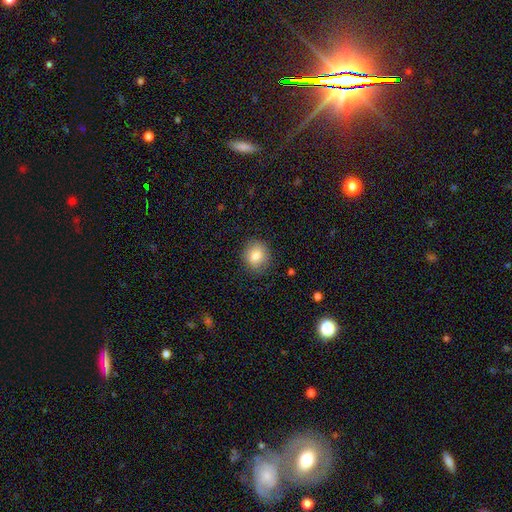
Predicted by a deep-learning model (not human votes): This appears to be a smooth galaxy with no disk features (83%) that is round (74%). Merging: none (83%).